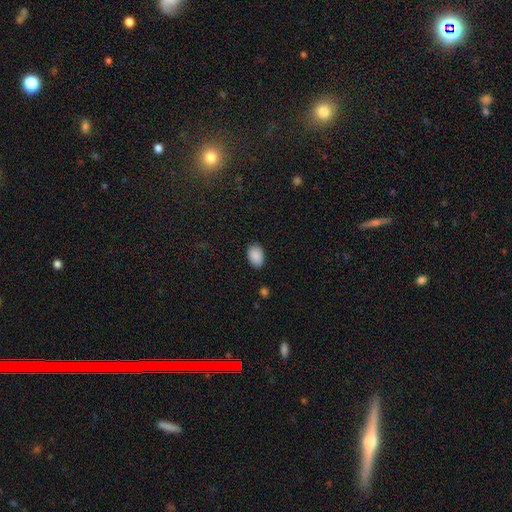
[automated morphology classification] Q: Smooth or featured?
A: smooth (89%); runner-up: star or artifact (7%)
Q: How rounded?
A: in between (85%); runner-up: round (14%)
Q: Merging?
A: none (85%); runner-up: minor disturbance (12%)